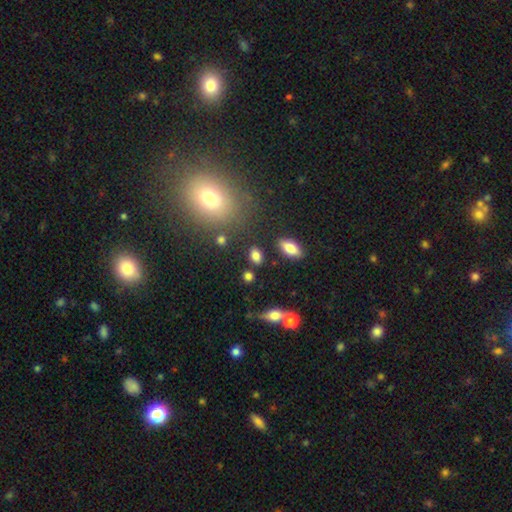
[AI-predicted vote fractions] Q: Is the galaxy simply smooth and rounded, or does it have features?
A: smooth — 80%.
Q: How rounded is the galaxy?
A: in between — 76%.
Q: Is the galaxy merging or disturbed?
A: none — 80%.